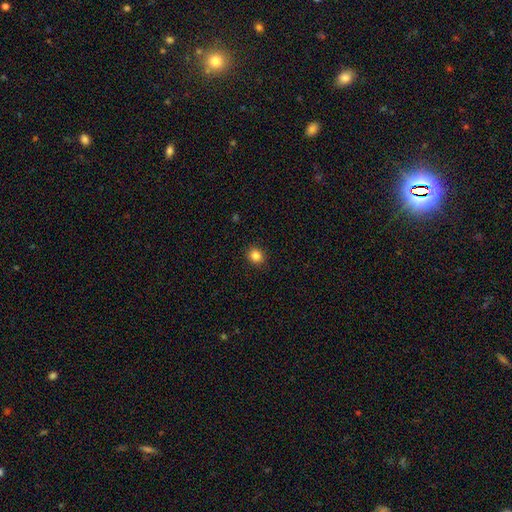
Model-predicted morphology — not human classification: Q: Smooth or featured?
A: smooth (84%); runner-up: star or artifact (12%)
Q: How rounded?
A: round (81%); runner-up: in between (18%)
Q: Merging?
A: none (91%); runner-up: minor disturbance (6%)